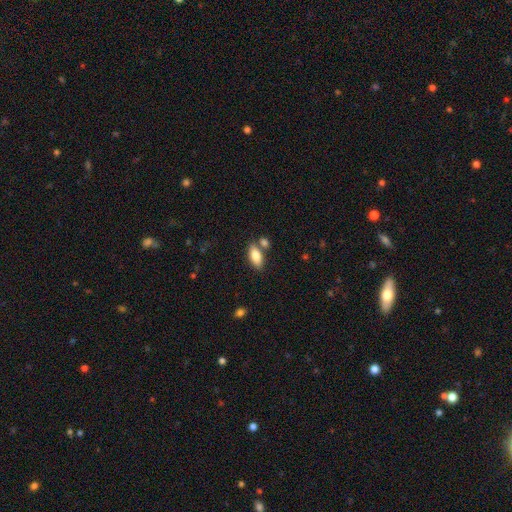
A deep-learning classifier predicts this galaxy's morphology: A smooth galaxy with no disk features (83%) that is in between round and cigar-shaped (86%).

Vote fractions:
- Smooth or featured? smooth: 83% / featured or disk: 11% / star or artifact: 6%
- How rounded? in between: 86% / cigar-shaped: 11% / round: 3%
- Merging? none: 69% / merger: 16% / minor disturbance: 12% / major disturbance: 3%